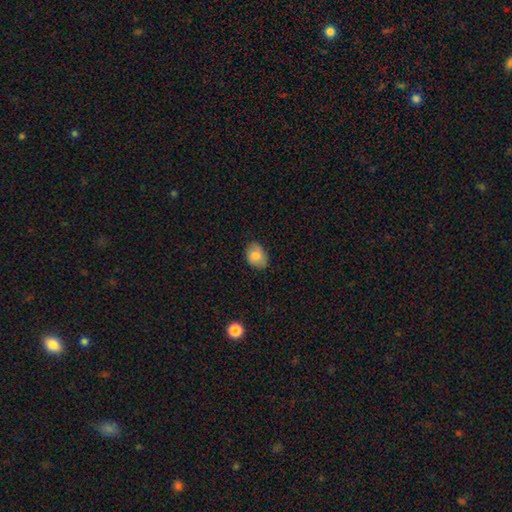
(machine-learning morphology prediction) Smooth or featured?
  - smooth: 78% *
  - featured or disk: 14%
  - star or artifact: 8%
How rounded?
  - in between: 68% *
  - round: 32%
  - cigar-shaped: 1%
Merging?
  - none: 76% *
  - minor disturbance: 19%
  - major disturbance: 3%
  - merger: 1%